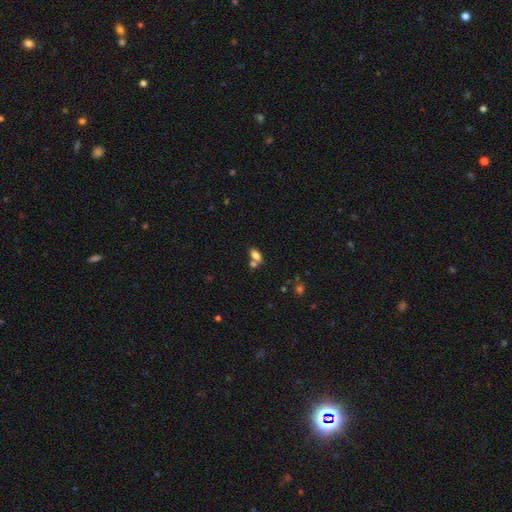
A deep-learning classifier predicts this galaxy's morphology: Smooth or featured? smooth (78%)
How rounded? in between (87%)
Merging? none (49%)